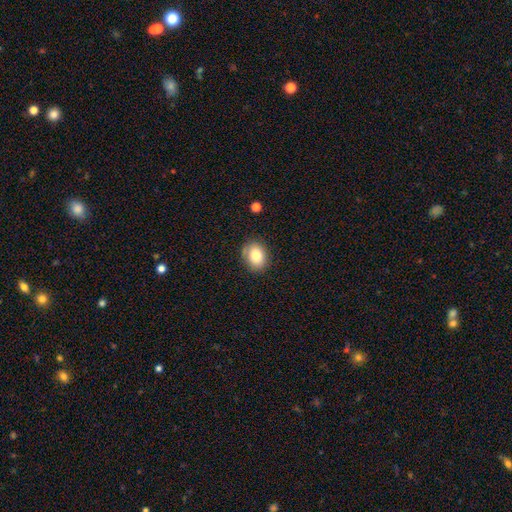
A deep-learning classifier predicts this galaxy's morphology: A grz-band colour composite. It shows a smooth galaxy with no disk features (79%) that is in between round and cigar-shaped (56%). Merging: none (80%).